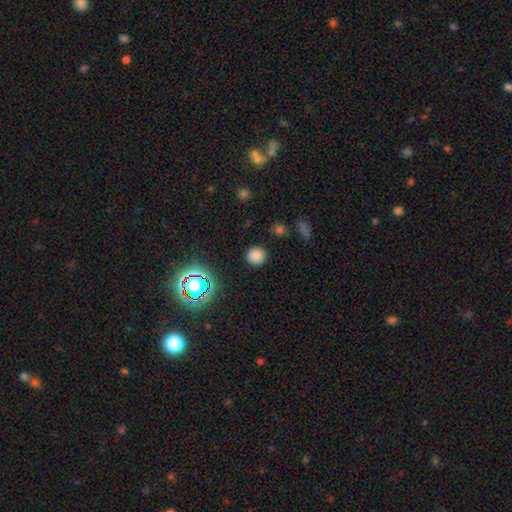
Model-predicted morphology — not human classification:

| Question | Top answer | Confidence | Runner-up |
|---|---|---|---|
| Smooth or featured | smooth | 79% | star or artifact (16%) |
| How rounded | round | 91% | in between (8%) |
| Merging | none | 89% | minor disturbance (7%) |